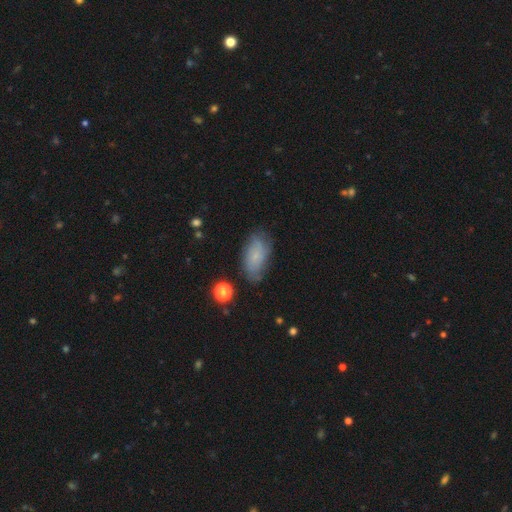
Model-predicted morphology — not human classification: Q: Smooth or featured?
A: smooth (59%); runner-up: featured or disk (31%)
Q: How rounded?
A: in between (90%); runner-up: cigar-shaped (5%)
Q: Merging?
A: none (71%); runner-up: minor disturbance (21%)